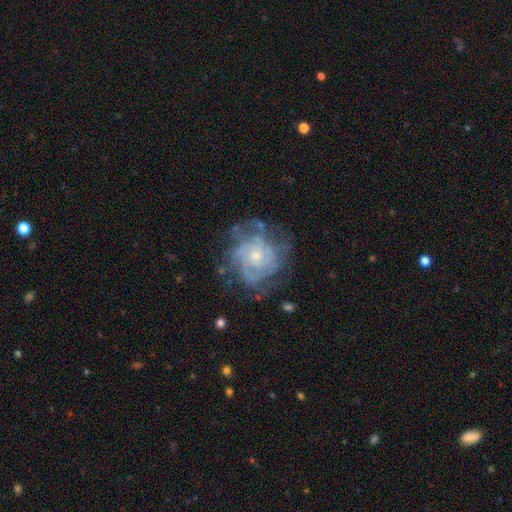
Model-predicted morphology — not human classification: A featured or disk galaxy (82%) with no bar (78%), tight (67%) spiral arms (89%) and a small central bulge (64%). Merging: none (64%).